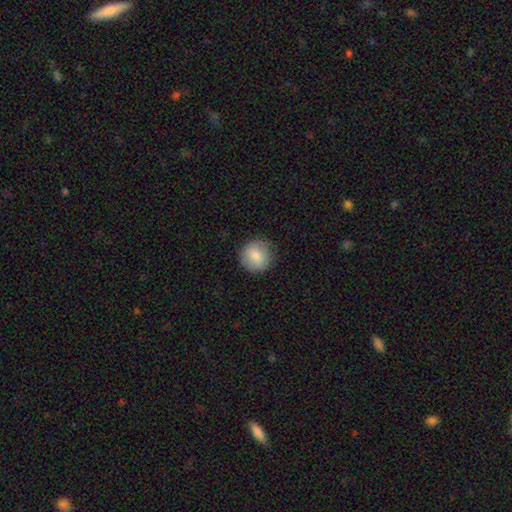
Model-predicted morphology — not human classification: The model was most divided on "smooth or featured": smooth: 83%, featured or disk: 10%, star or artifact: 7%. More confident: how rounded — round (92%); merging — none (87%).